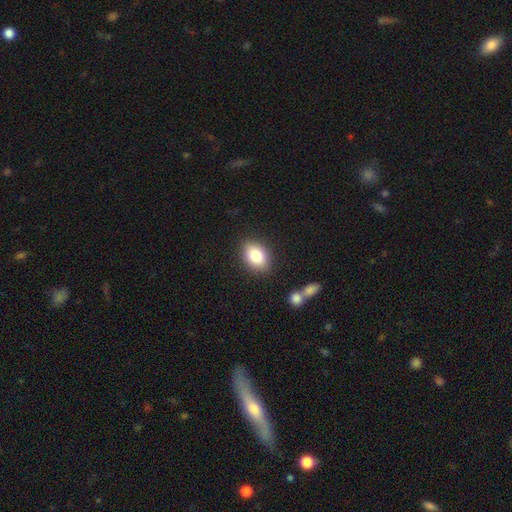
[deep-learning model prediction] The model was most divided on "how rounded": in between: 80%, round: 19%, cigar-shaped: 1%. More confident: merging — none (85%); smooth or featured — smooth (83%).